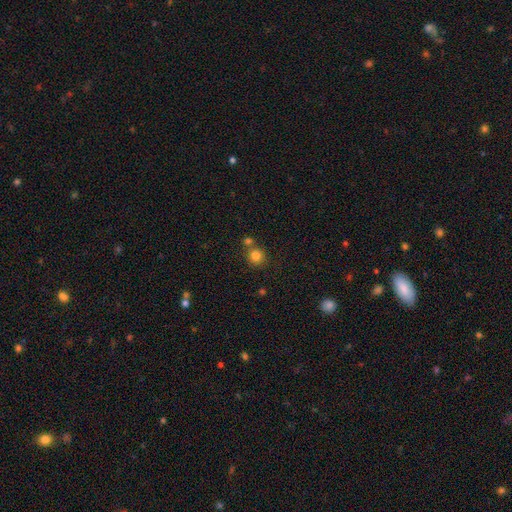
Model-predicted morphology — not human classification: A smooth galaxy with no disk features (82%) that is round (89%). Merging: none (64%).